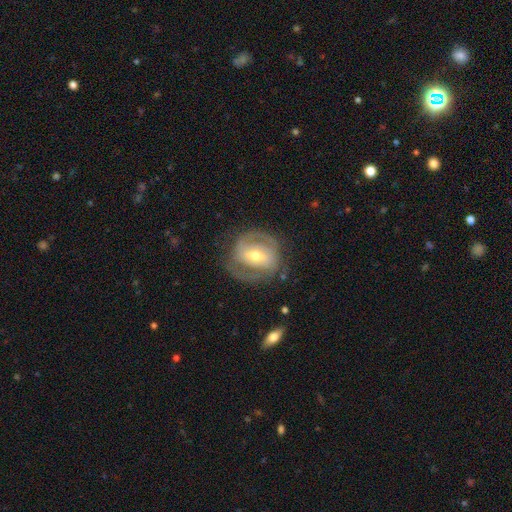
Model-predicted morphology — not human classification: This is likely a featured or disk galaxy (75%). It is clearly not viewed edge-on (95%). Bar: marginally strong (37%, tied with weak). Spiral arm pattern: likely yes (76%). Spiral arm count: likely 2 (67%). Spiral winding: possibly tight (50%). Central bulge: possibly moderate (53%). Merging: likely none (73%).